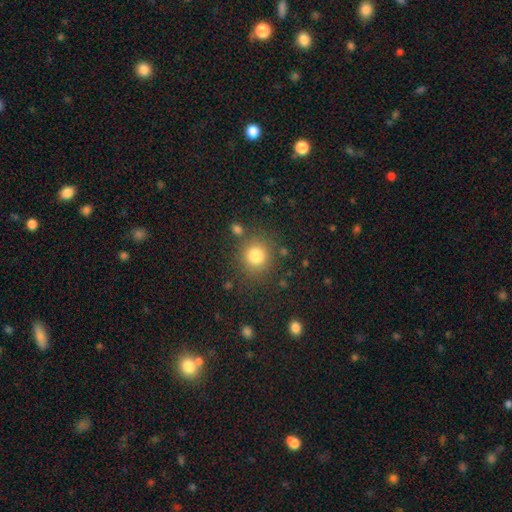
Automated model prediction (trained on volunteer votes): This is clearly a smooth galaxy (82%). How rounded: clearly round (87%). Merging: likely none (80%).